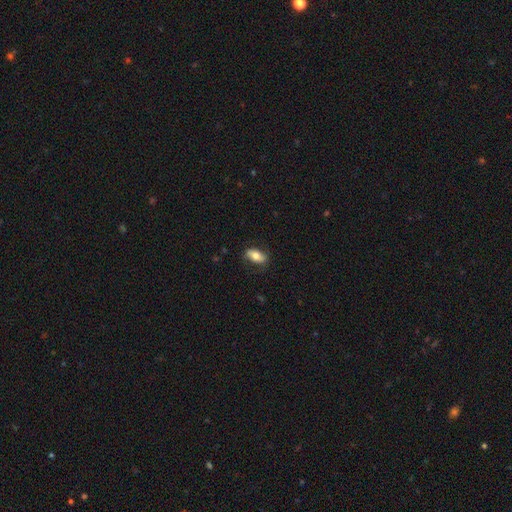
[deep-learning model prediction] Overall: smooth (72%). How rounded: in between (87%). Merging: none (78%).